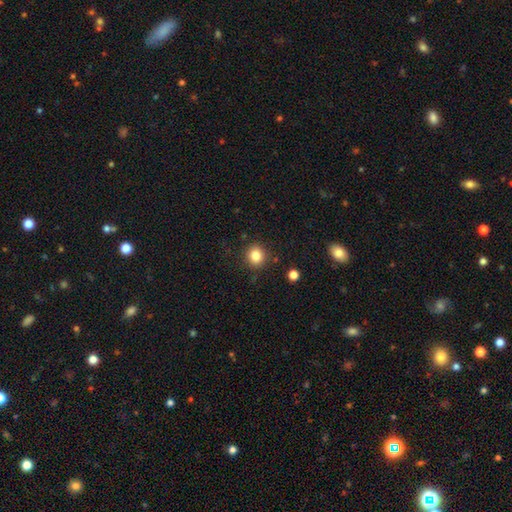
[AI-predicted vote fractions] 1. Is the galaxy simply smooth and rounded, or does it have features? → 84% smooth, 11% star or artifact, 5% featured or disk.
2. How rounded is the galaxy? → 85% round, 14% in between, 1% cigar-shaped.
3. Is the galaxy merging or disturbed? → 87% none, 8% minor disturbance, 3% major disturbance, 2% merger.